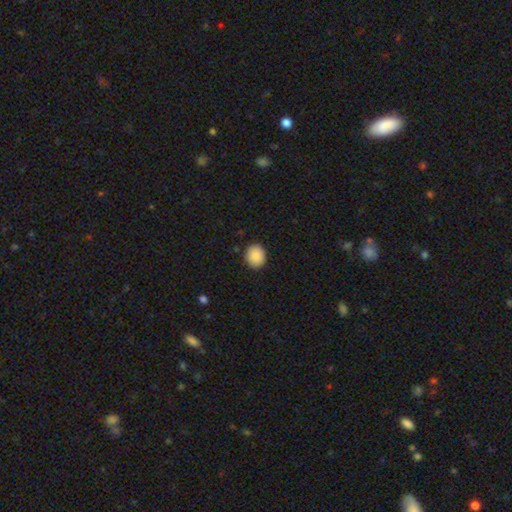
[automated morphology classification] A smooth galaxy with no disk features (90%) that is round (70%).

Vote fractions:
- Smooth or featured? smooth: 90% / star or artifact: 8% / featured or disk: 3%
- How rounded? round: 70% / in between: 29% / cigar-shaped: 1%
- Merging? none: 89% / minor disturbance: 7% / major disturbance: 2% / merger: 1%